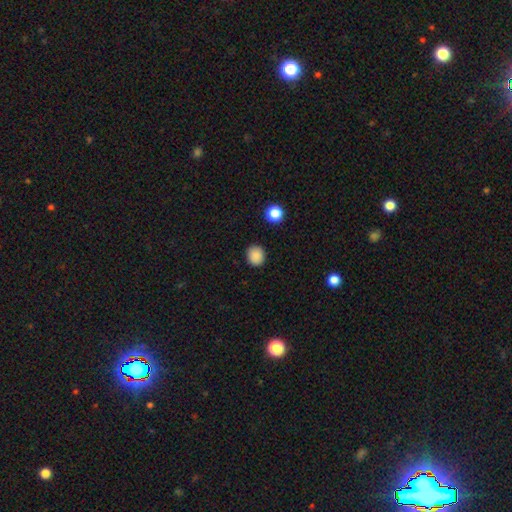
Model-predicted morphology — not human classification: This appears to be a smooth galaxy with no disk features (87%) that is round (80%). Merging: none (90%).